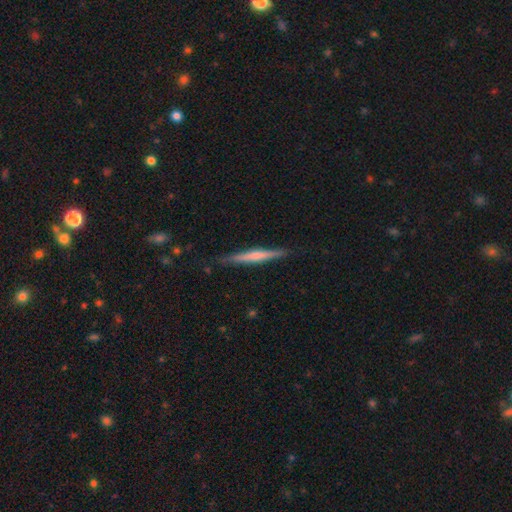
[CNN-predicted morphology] Smooth or featured?
  - featured or disk: 53% *
  - smooth: 41%
  - star or artifact: 6%
Edge-on disk?
  - yes: 97% *
  - no: 3%
Edge-on bulge?
  - rounded: 46% *
  - none: 41%
  - boxy: 14%
Merging?
  - none: 86% *
  - minor disturbance: 11%
  - major disturbance: 2%
  - merger: 1%